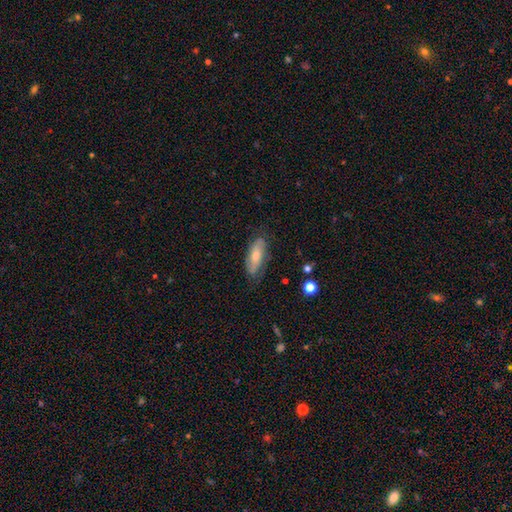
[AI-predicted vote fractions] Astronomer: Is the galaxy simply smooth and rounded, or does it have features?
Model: smooth — 54% (runner-up: featured or disk, 40%).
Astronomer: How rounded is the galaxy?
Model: in between — 74%.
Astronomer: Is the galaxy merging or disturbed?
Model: none — 70%.